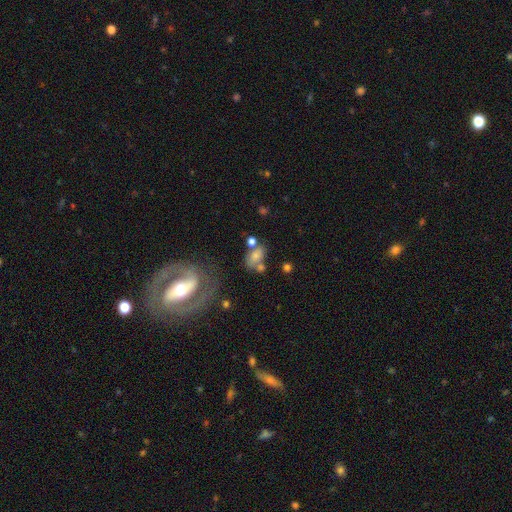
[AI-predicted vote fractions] The model was most divided on "merging": none: 47%, merger: 24%, minor disturbance: 19%, major disturbance: 11%. More confident: how rounded — in between (83%); smooth or featured — smooth (67%).